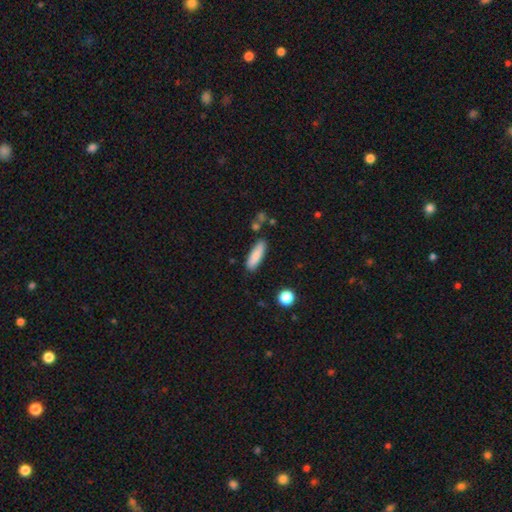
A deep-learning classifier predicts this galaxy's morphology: type=smooth (85%); roundness=cigar-shaped (60%); merging=none (82%).